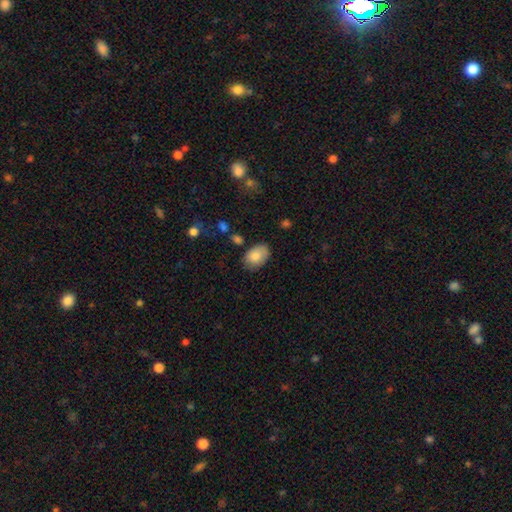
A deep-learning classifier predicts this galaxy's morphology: A smooth galaxy with no disk features (80%) that is in between round and cigar-shaped (86%).

Vote fractions:
- Smooth or featured? smooth: 80% / featured or disk: 13% / star or artifact: 7%
- How rounded? in between: 86% / round: 13% / cigar-shaped: 1%
- Merging? none: 73% / minor disturbance: 20% / major disturbance: 4% / merger: 3%